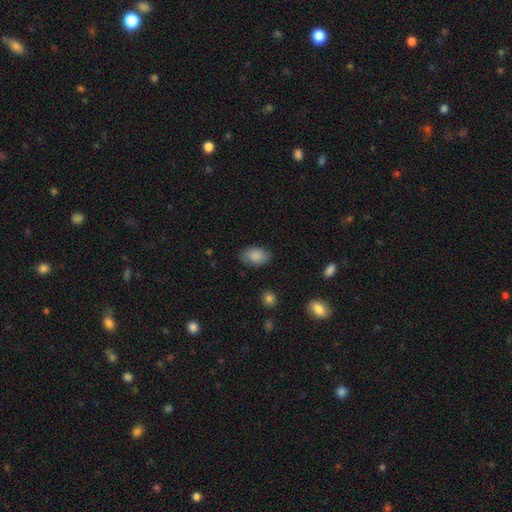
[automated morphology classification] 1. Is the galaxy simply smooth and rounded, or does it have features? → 87% smooth, 7% star or artifact, 6% featured or disk.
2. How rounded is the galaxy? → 89% in between, 9% round, 1% cigar-shaped.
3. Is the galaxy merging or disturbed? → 79% none, 16% minor disturbance, 4% major disturbance, 1% merger.